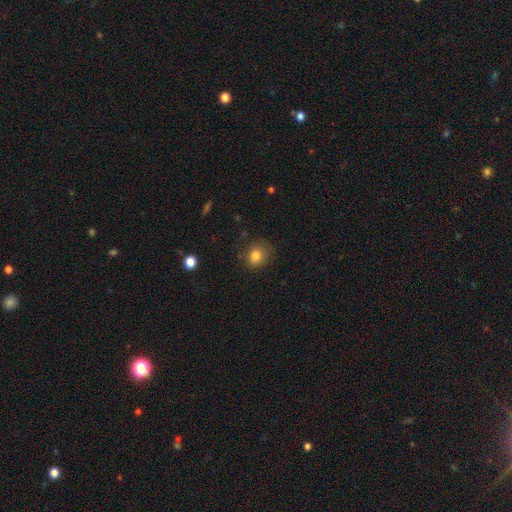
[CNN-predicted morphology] smooth-or-featured: smooth: 82% | star or artifact: 11% | featured or disk: 7%
  how-rounded: round: 76% | in between: 23% | cigar-shaped: 1%
  merging: none: 77% | minor disturbance: 16% | major disturbance: 5% | merger: 1%